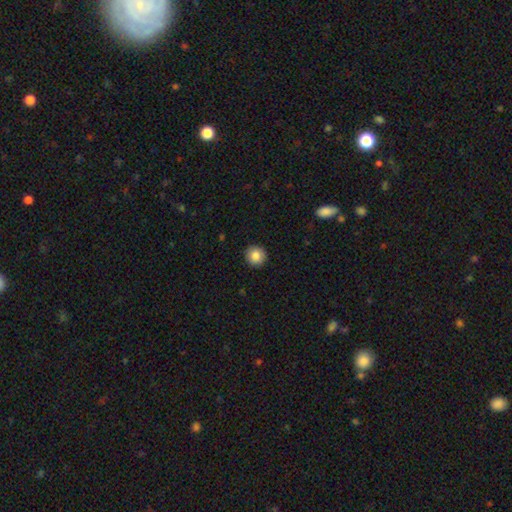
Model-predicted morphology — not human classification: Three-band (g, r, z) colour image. It shows a smooth galaxy with no disk features (86%) that is round (94%). Merging: none (93%).